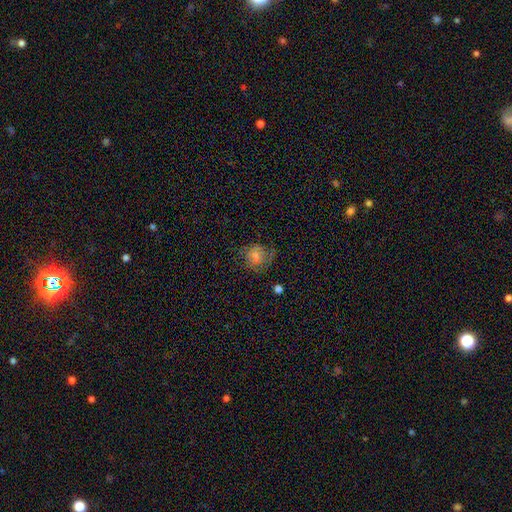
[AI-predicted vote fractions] smooth_or_featured: smooth (p=0.49) [alt: featured or disk p=0.37]
merging: none (p=0.64) [alt: minor disturbance p=0.21]